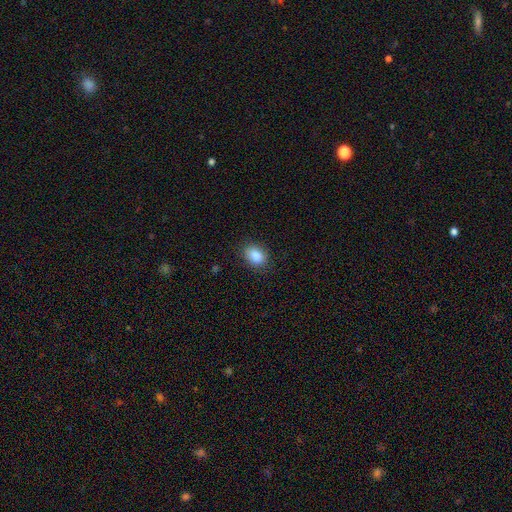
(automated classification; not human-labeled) Q: Smooth or featured?
A: smooth (88%); runner-up: star or artifact (8%)
Q: How rounded?
A: in between (77%); runner-up: round (22%)
Q: Merging?
A: none (83%); runner-up: minor disturbance (12%)